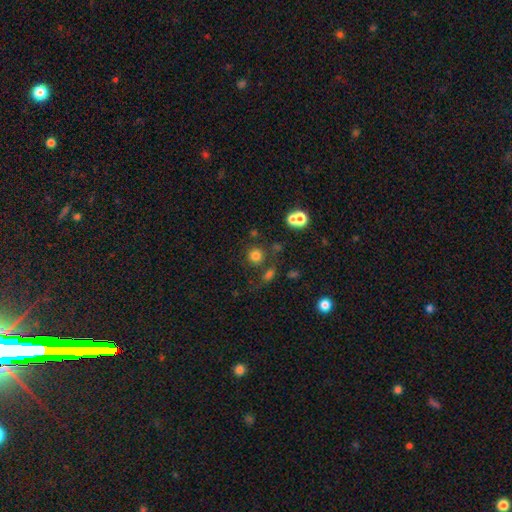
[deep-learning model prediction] Smooth or featured?
  - smooth: 78% *
  - star or artifact: 14%
  - featured or disk: 8%
How rounded?
  - round: 91% *
  - in between: 8%
  - cigar-shaped: 1%
Merging?
  - none: 75% *
  - merger: 11%
  - minor disturbance: 10%
  - major disturbance: 5%